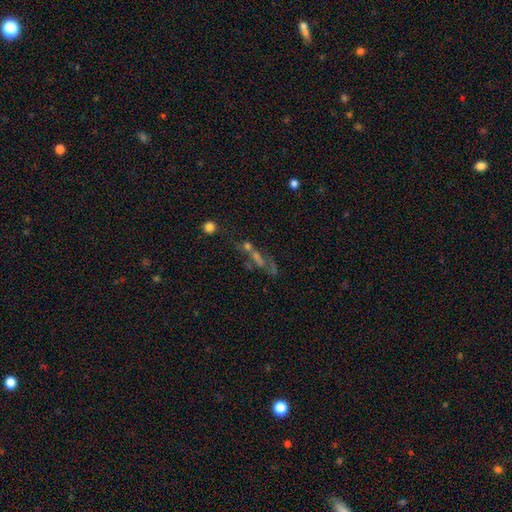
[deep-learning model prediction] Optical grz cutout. It shows a featured or disk galaxy (41%). Merging: none (38%).